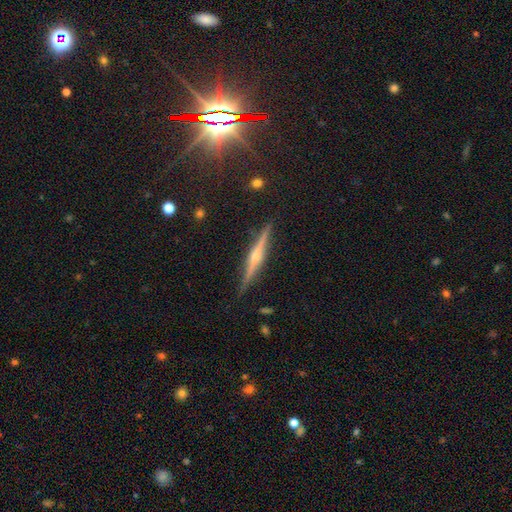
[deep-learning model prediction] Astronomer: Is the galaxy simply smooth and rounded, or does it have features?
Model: featured or disk — 77%.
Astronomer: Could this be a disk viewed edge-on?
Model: yes — 98%.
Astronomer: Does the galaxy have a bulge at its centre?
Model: rounded — 80%.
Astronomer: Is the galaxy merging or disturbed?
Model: none — 90%.